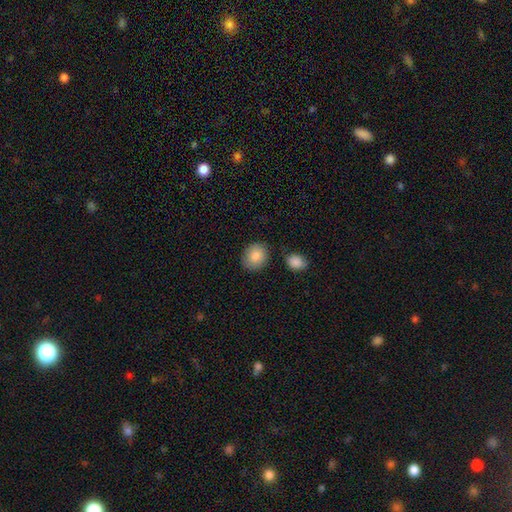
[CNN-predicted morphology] Smooth or featured? Predicted: smooth (p=0.85). How rounded? Predicted: round (p=0.65). Merging? Predicted: none (p=0.80).